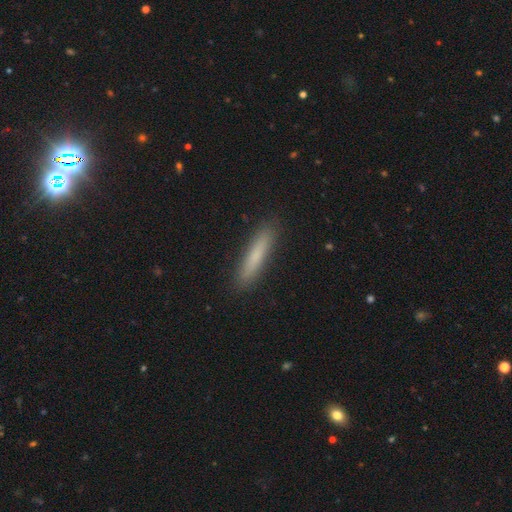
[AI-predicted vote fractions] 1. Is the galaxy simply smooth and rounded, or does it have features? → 75% smooth, 18% featured or disk, 7% star or artifact.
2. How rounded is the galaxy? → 91% cigar-shaped, 8% in between, 1% round.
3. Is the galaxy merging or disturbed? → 90% none, 7% minor disturbance, 2% major disturbance, 1% merger.